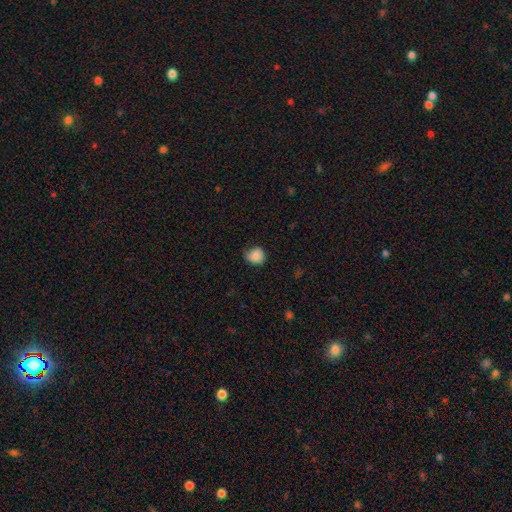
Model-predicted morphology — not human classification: Overall: smooth (86%). How rounded: round (75%). Merging: none (67%).